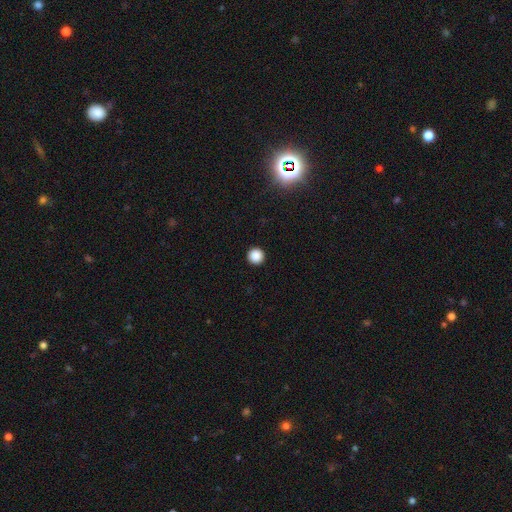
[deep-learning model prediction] Smooth or featured? Predicted: smooth (p=0.88). How rounded? Predicted: round (p=0.97). Merging? Predicted: none (p=0.94).